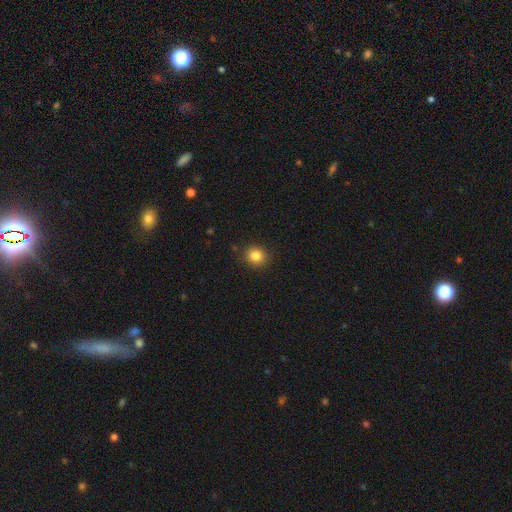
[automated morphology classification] A smooth galaxy with no disk features (85%) that is round (84%). Merging: none (89%).